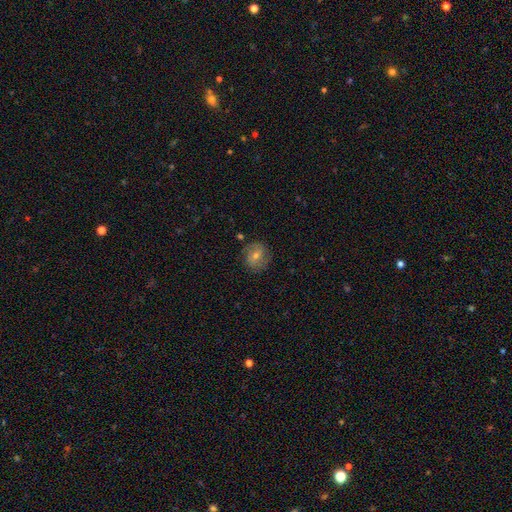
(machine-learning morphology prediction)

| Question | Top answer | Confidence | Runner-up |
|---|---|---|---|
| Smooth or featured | smooth | 43% | featured or disk (42%) |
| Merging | none | 82% | minor disturbance (12%) |